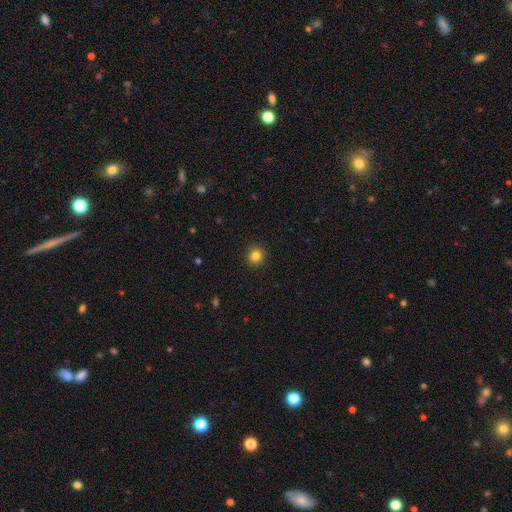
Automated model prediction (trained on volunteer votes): Morphology: type=smooth (83%); roundness=round (92%); merging=none (93%).